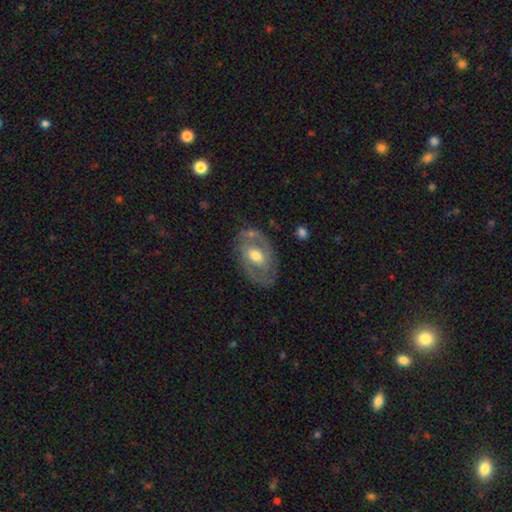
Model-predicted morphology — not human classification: Overall: featured or disk (68%). Edge-on disk: no (94%). Bar: no (46%; weak 40%). Spiral arms: yes (63%; no 37%). Bulge size: moderate (73%). Merging: none (73%).